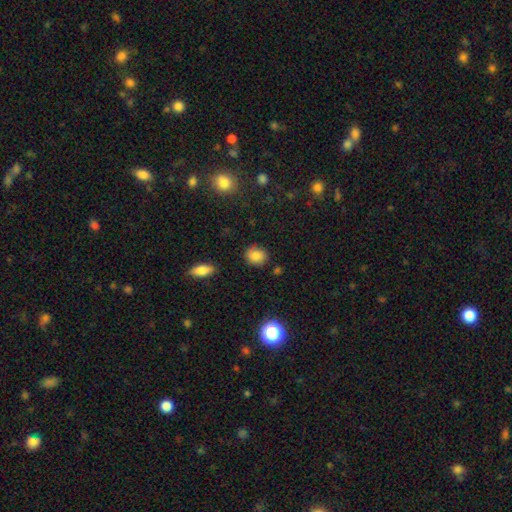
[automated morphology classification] Overall: smooth (82%). How rounded: round (69%; in between 30%). Merging: none (81%).